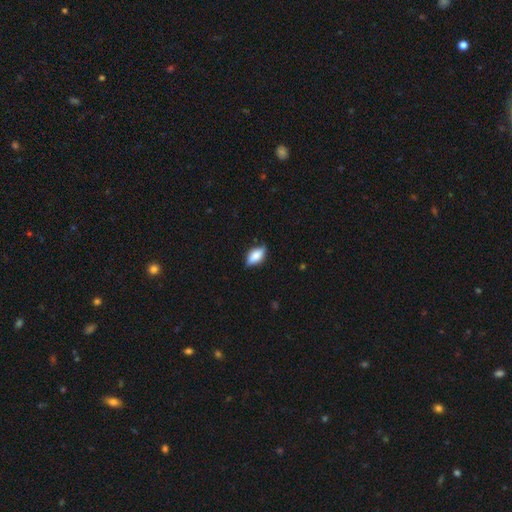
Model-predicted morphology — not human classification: smooth 67%, featured or disk 26%, star or artifact 8%. Down the decision tree: how rounded — in between (85%); merging — none (76%).